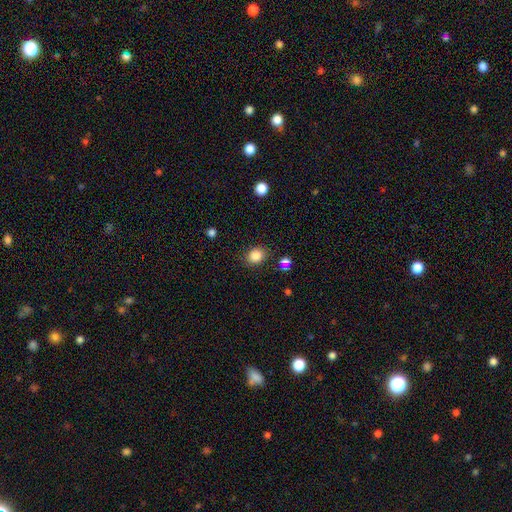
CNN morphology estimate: Smooth or featured? smooth (85%)
How rounded? round (57%)
Merging? none (84%)